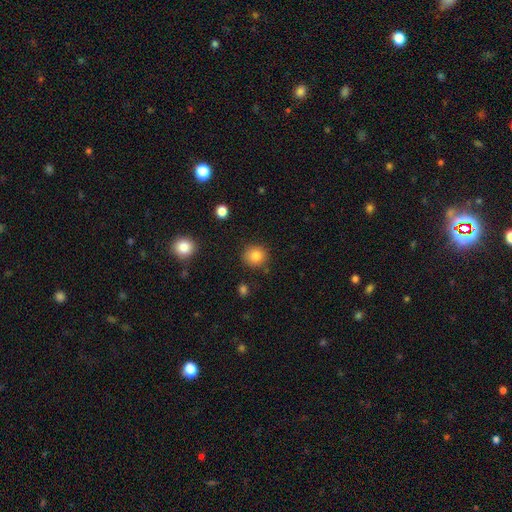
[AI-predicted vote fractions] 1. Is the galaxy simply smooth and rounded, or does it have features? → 83% smooth, 11% star or artifact, 6% featured or disk.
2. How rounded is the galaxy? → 88% round, 11% in between, 1% cigar-shaped.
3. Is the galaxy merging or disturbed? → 87% none, 8% minor disturbance, 3% major disturbance, 2% merger.